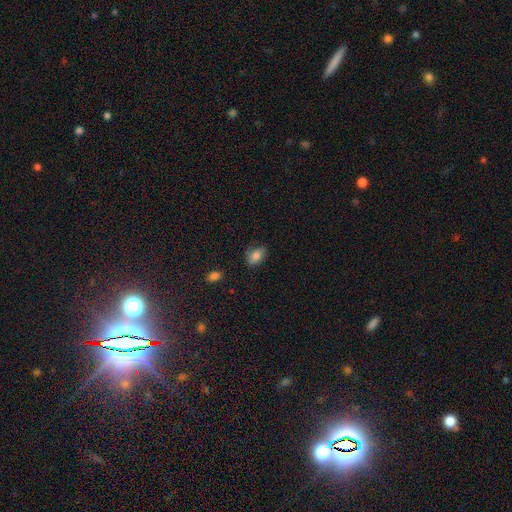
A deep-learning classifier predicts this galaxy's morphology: smooth_or_featured: smooth (p=0.76) [alt: featured or disk p=0.15]
how_rounded: in between (p=0.84) [alt: round p=0.14]
merging: none (p=0.66) [alt: minor disturbance p=0.25]